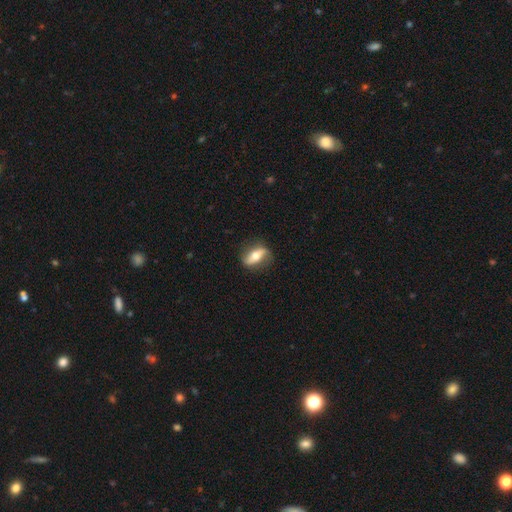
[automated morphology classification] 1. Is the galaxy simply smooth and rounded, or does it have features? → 57% featured or disk, 36% smooth, 6% star or artifact.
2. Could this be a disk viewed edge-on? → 60% no, 40% yes.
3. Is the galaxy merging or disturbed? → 80% none, 14% minor disturbance, 4% major disturbance, 1% merger.